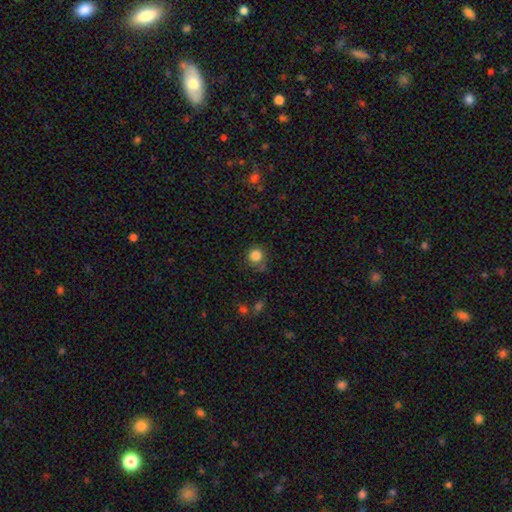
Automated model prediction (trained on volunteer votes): smooth_or_featured: smooth (p=0.83) [alt: star or artifact p=0.12]
how_rounded: round (p=0.92) [alt: in between p=0.07]
merging: none (p=0.72) [alt: minor disturbance p=0.19]